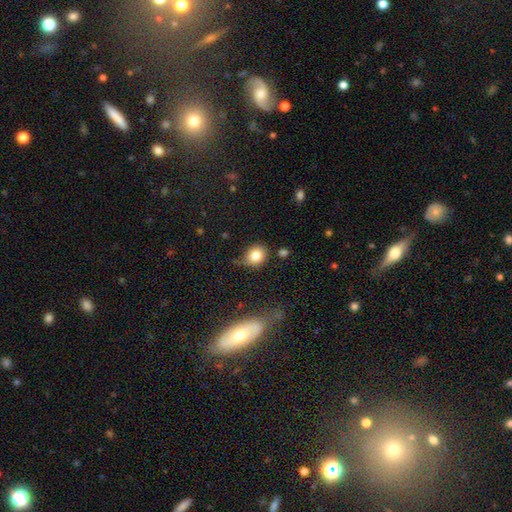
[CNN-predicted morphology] This is clearly a smooth galaxy (82%). How rounded: likely round (73%). Merging: likely none (64%).